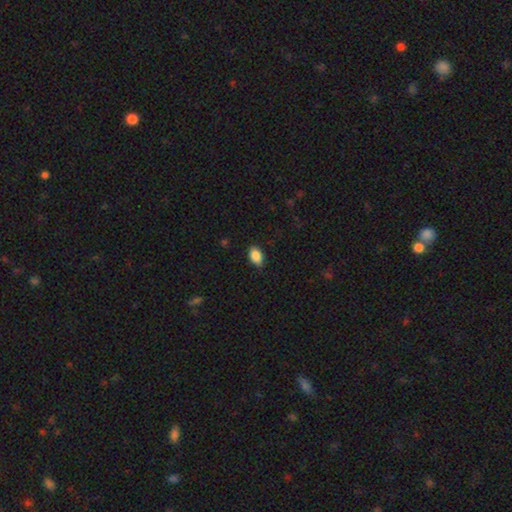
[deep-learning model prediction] smooth 88%, star or artifact 7%, featured or disk 4%. Down the decision tree: how rounded — in between (89%); merging — none (83%).